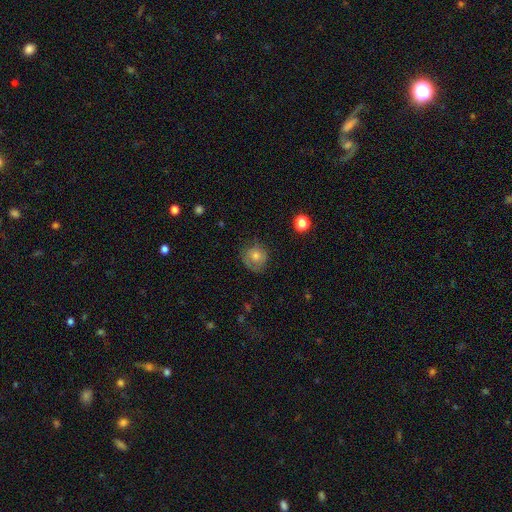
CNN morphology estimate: Smooth or featured?
  - smooth: 61% *
  - featured or disk: 28%
  - star or artifact: 11%
How rounded?
  - round: 84% *
  - in between: 15%
  - cigar-shaped: 1%
Merging?
  - none: 71% *
  - minor disturbance: 21%
  - major disturbance: 7%
  - merger: 1%